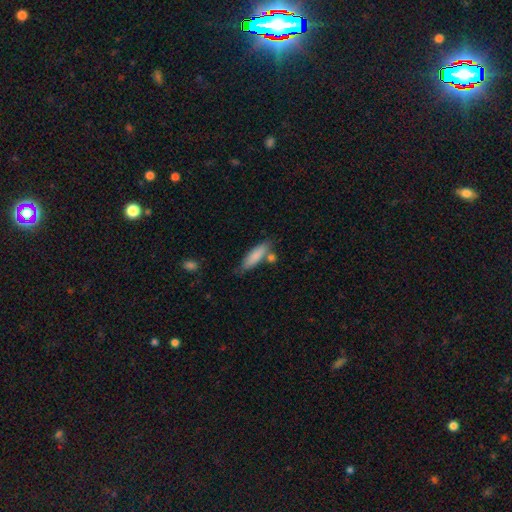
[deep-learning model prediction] Smooth or featured? smooth (83%)
How rounded? cigar-shaped (59%)
Merging? none (65%)